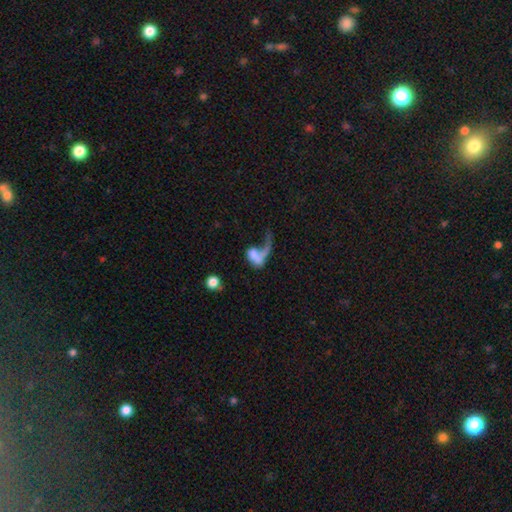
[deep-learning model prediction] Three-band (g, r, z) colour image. It shows a featured or disk galaxy (48%). Merging: major disturbance (52%).